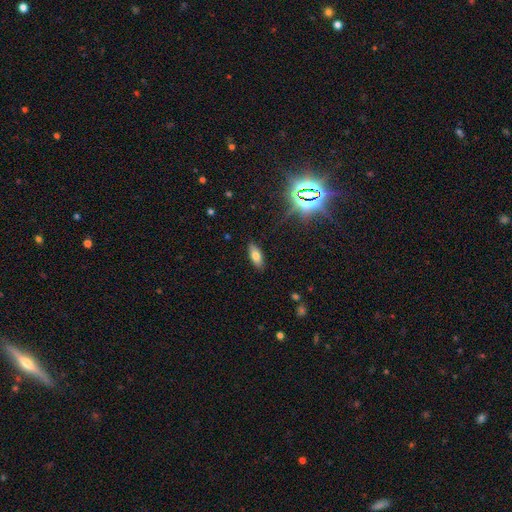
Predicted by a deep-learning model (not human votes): Q: Smooth or featured?
A: smooth (72%); runner-up: featured or disk (16%)
Q: How rounded?
A: in between (81%); runner-up: cigar-shaped (16%)
Q: Merging?
A: none (87%); runner-up: minor disturbance (9%)